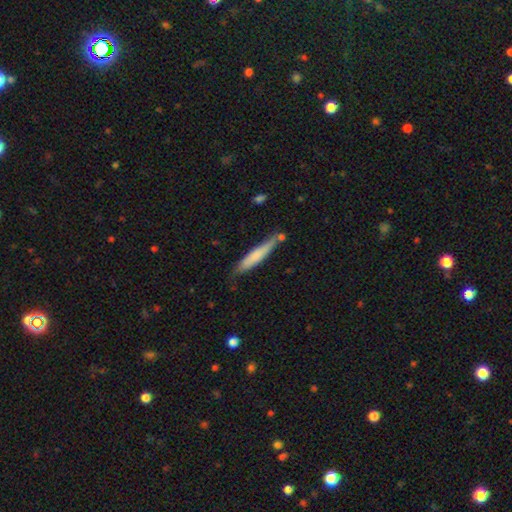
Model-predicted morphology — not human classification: Smooth or featured?
  - smooth: 68% *
  - featured or disk: 27%
  - star or artifact: 6%
How rounded?
  - cigar-shaped: 92% *
  - in between: 7%
  - round: 1%
Merging?
  - none: 68% *
  - minor disturbance: 22%
  - merger: 7%
  - major disturbance: 4%